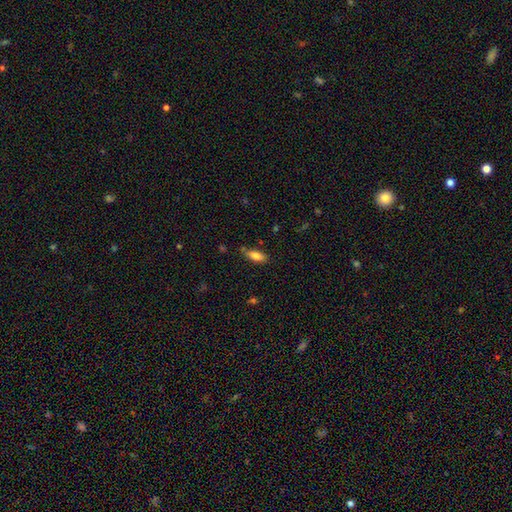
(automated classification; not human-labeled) A smooth galaxy with no disk features (82%) that is in between round and cigar-shaped (74%). Merging: none (70%).